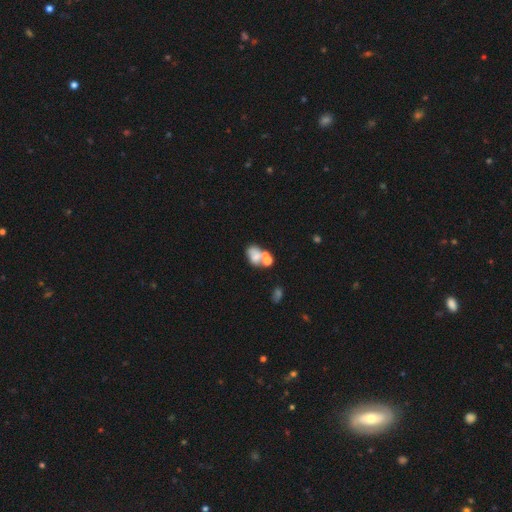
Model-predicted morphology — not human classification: Smooth or featured? Predicted: smooth (p=0.58). How rounded? Predicted: in between (p=0.75). Merging? Predicted: merger (p=0.47).